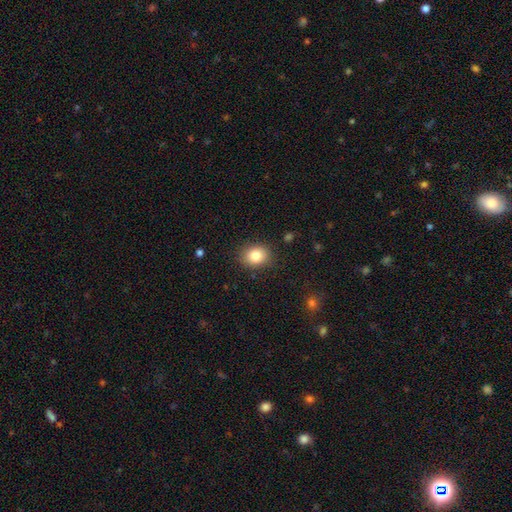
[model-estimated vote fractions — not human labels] The model was most divided on "how rounded": round: 50%, in between: 49%, cigar-shaped: 1%. More confident: merging — none (86%); smooth or featured — smooth (84%).